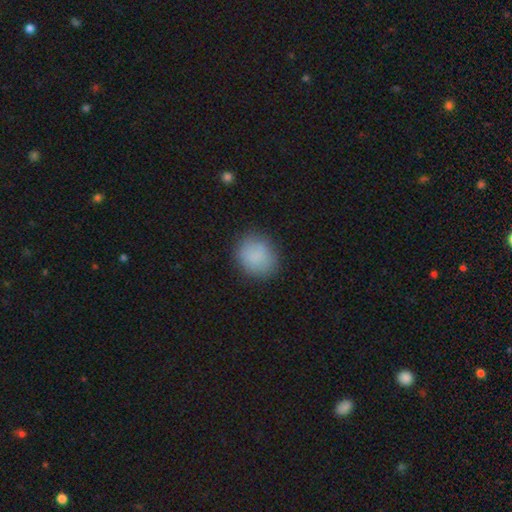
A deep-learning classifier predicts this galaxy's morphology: This is clearly a smooth galaxy (86%). How rounded: likely round (74%). Merging: clearly none (82%).